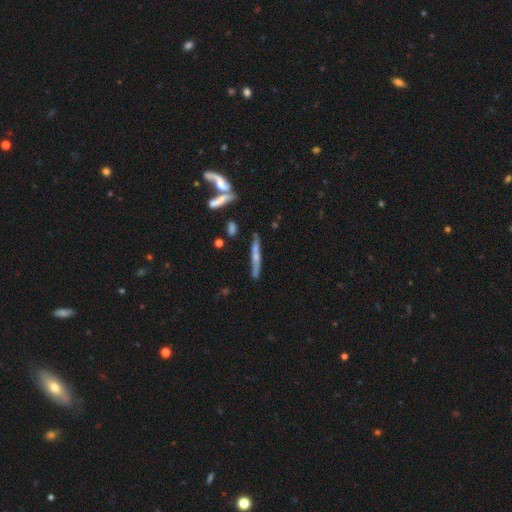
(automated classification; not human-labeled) Morphology: type=featured or disk (54%); edge-on=yes (88%); merging=none (73%).